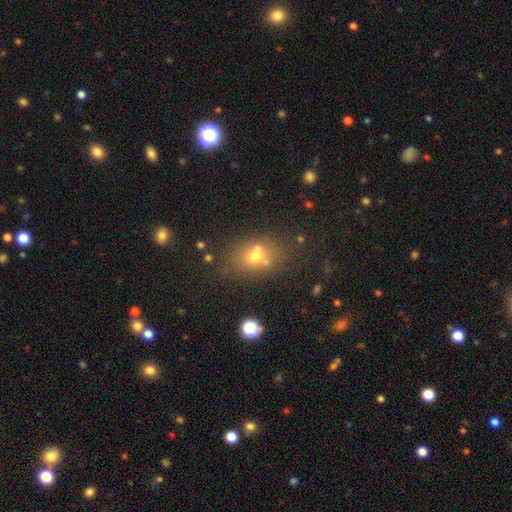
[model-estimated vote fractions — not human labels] A smooth galaxy with no disk features (59%) that is in between round and cigar-shaped (60%).

Vote fractions:
- Smooth or featured? smooth: 59% / featured or disk: 21% / star or artifact: 20%
- How rounded? in between: 60% / round: 38% / cigar-shaped: 2%
- Merging? none: 53% / merger: 27% / minor disturbance: 13% / major disturbance: 6%